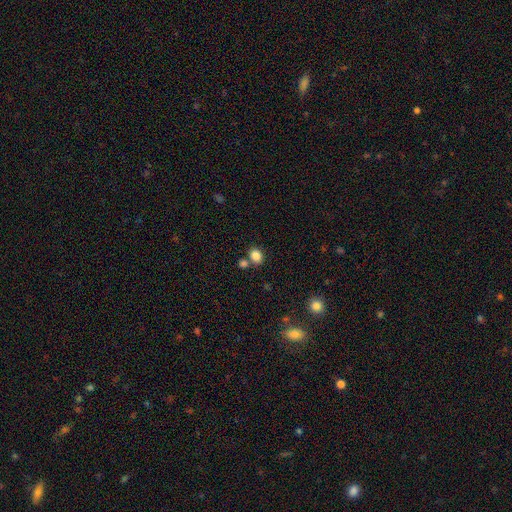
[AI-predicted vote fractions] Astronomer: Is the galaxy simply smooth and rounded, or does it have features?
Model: smooth — 84%.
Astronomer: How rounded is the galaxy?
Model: in between — 57% (runner-up: round, 42%).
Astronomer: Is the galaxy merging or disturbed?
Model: none — 67%.